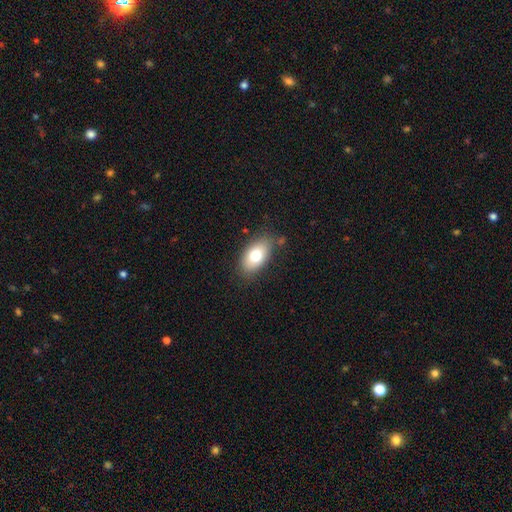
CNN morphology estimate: smooth_or_featured: smooth (p=0.74) [alt: featured or disk p=0.18]
how_rounded: in between (p=0.91) [alt: round p=0.06]
merging: none (p=0.79) [alt: minor disturbance p=0.14]